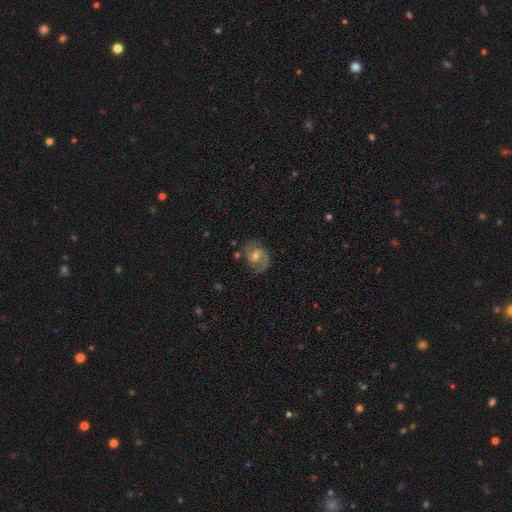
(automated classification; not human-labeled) The model was most divided on "bulge size": moderate: 52%, small: 41%, large: 3%, none: 3%, dominant: 1%. More confident: edge-on disk — no (98%); spiral arms — yes (94%); spiral arm count — 2 (90%); smooth or featured — featured or disk (81%); merging — none (80%); spiral winding — medium (55%); bar — weak (53%).